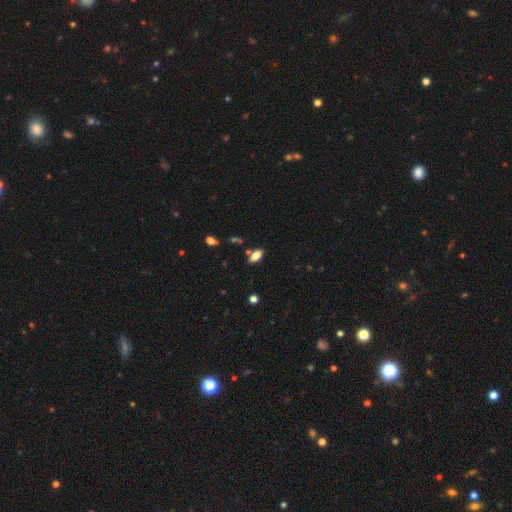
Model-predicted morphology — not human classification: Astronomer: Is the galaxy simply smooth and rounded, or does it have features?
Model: smooth — 76%.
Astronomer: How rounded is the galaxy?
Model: in between — 86%.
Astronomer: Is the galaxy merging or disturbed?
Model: none — 75%.